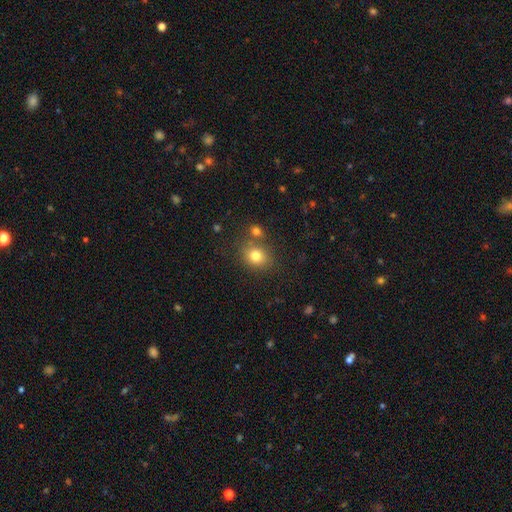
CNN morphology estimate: A smooth galaxy with no disk features (79%) that is round (63%). Merging: none (69%).